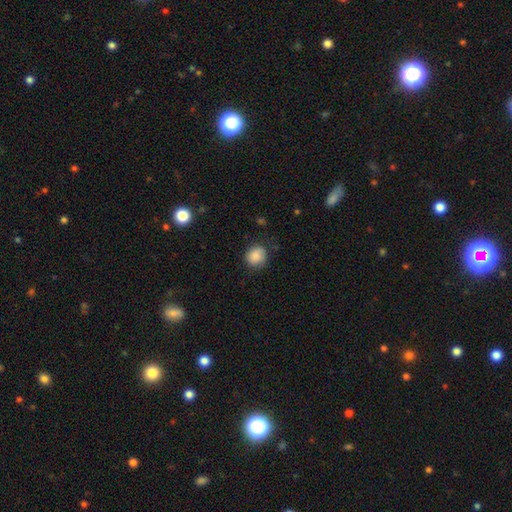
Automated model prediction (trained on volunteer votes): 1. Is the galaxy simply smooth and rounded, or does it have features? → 84% smooth, 8% star or artifact, 7% featured or disk.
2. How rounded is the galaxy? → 77% round, 22% in between, 1% cigar-shaped.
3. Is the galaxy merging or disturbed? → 74% none, 19% minor disturbance, 5% major disturbance, 1% merger.